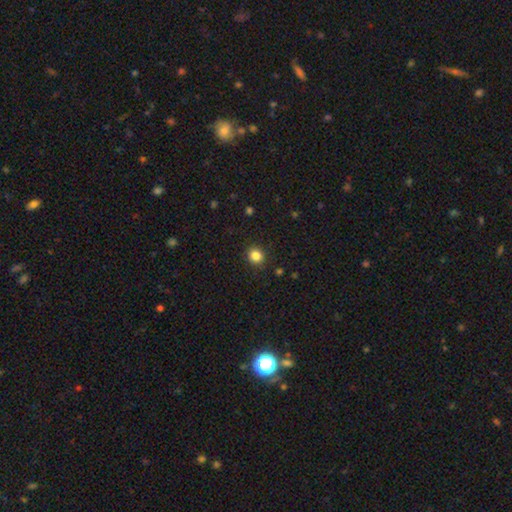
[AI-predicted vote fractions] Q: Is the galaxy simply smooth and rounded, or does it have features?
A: smooth — 84%.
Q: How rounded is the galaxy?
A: round — 81%.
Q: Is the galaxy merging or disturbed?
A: none — 90%.